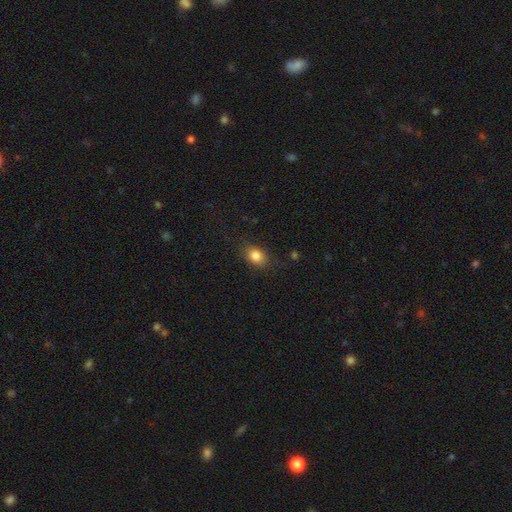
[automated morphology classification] Smooth or featured: smooth — 83% (star or artifact — 10%)
How rounded: in between — 64% (round — 35%)
Merging: none — 82% (minor disturbance — 13%)